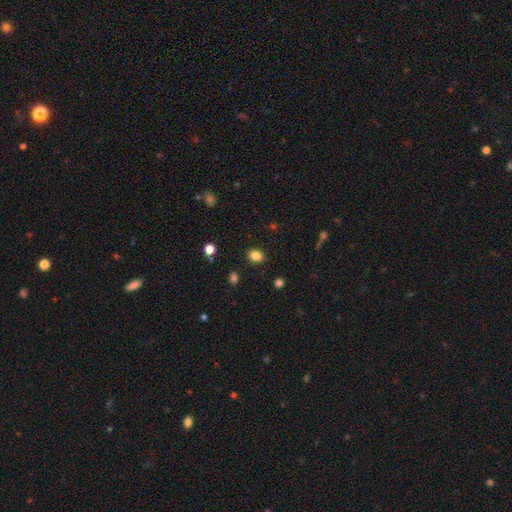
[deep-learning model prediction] The model was most divided on "how rounded": round: 56%, in between: 43%, cigar-shaped: 1%. More confident: merging — none (89%); smooth or featured — smooth (84%).